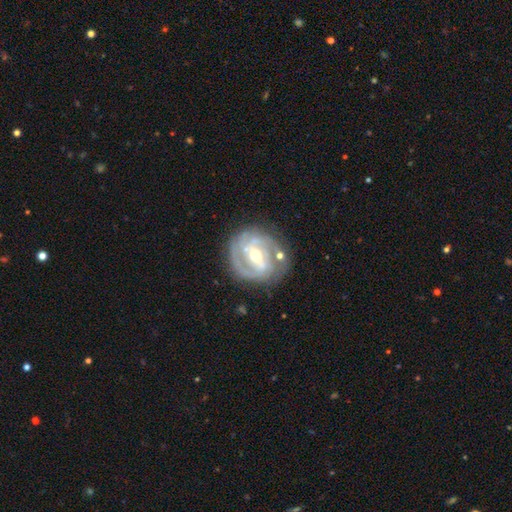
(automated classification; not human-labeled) Q: Smooth or featured?
A: featured or disk (86%); runner-up: smooth (9%)
Q: Edge-on disk?
A: no (97%); runner-up: yes (3%)
Q: Bar?
A: strong (42%); runner-up: weak (40%)
Q: Spiral arms?
A: yes (90%); runner-up: no (10%)
Q: Spiral winding?
A: tight (54%); runner-up: medium (36%)
Q: Spiral arm count?
A: 2 (55%); runner-up: can't tell (18%)
Q: Bulge size?
A: moderate (59%); runner-up: small (37%)
Q: Merging?
A: none (73%); runner-up: minor disturbance (16%)